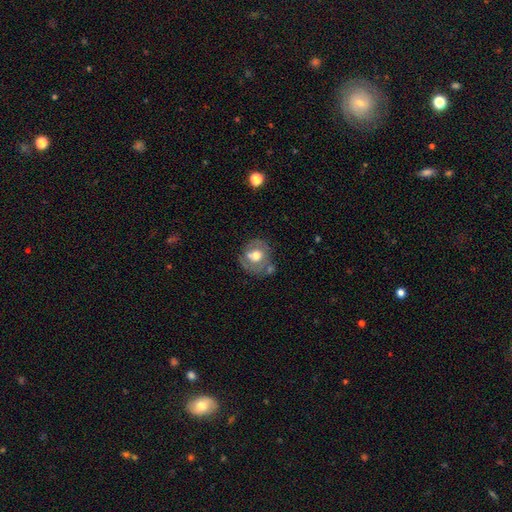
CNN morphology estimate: Smooth or featured: featured or disk — 48% (smooth — 45%)
Merging: none — 55% (minor disturbance — 23%)